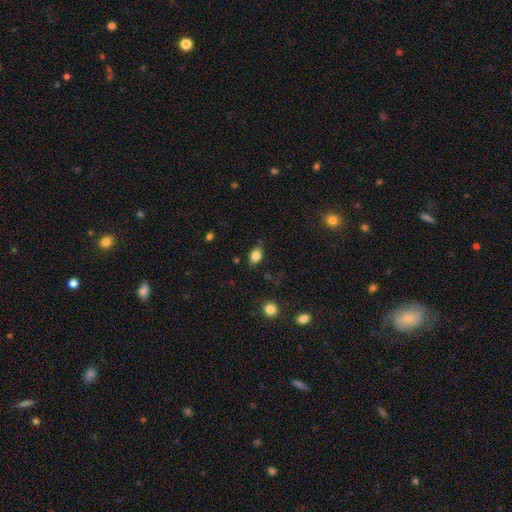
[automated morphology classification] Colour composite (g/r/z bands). It shows a smooth galaxy with no disk features (84%) that is in between round and cigar-shaped (76%). Merging: none (75%).